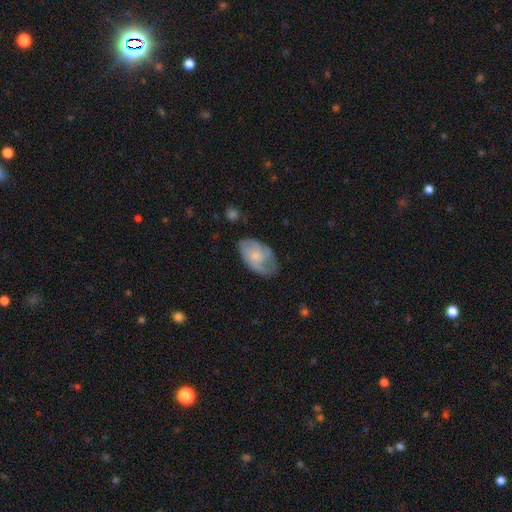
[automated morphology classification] Smooth or featured? Predicted: featured or disk (p=0.54). Edge-on disk? Predicted: no (p=0.96). Bar? Predicted: no (p=0.76). Spiral arms? Predicted: yes (p=0.81). Bulge size? Predicted: small (p=0.59). Merging? Predicted: none (p=0.54).